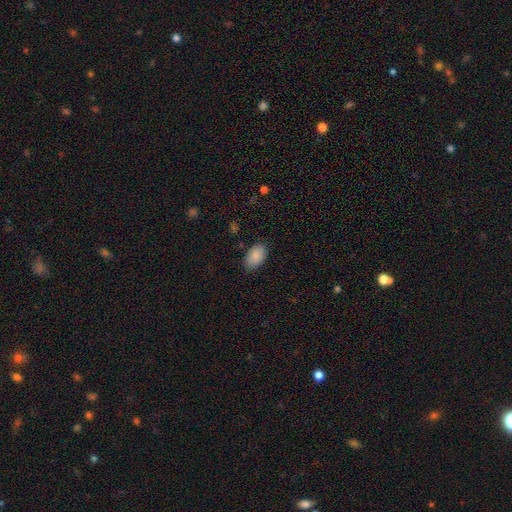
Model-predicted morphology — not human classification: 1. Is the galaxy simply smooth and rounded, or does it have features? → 88% smooth, 7% star or artifact, 5% featured or disk.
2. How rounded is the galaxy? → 93% in between, 6% round, 1% cigar-shaped.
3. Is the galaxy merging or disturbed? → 82% none, 14% minor disturbance, 3% major disturbance, 1% merger.